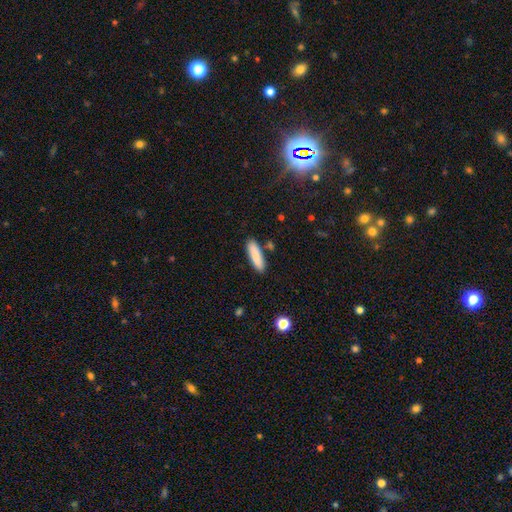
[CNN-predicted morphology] smooth-or-featured: smooth: 87% | featured or disk: 7% | star or artifact: 6%
  how-rounded: cigar-shaped: 61% | in between: 37% | round: 2%
  merging: none: 83% | minor disturbance: 10% | merger: 4% | major disturbance: 2%